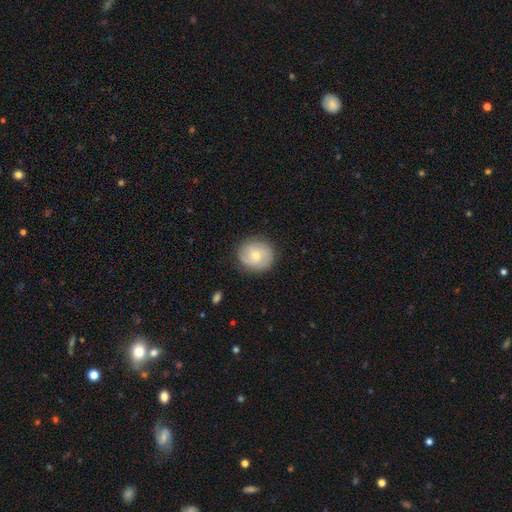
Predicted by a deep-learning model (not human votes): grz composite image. It shows a smooth galaxy with no disk features (48%). Merging: none (84%).